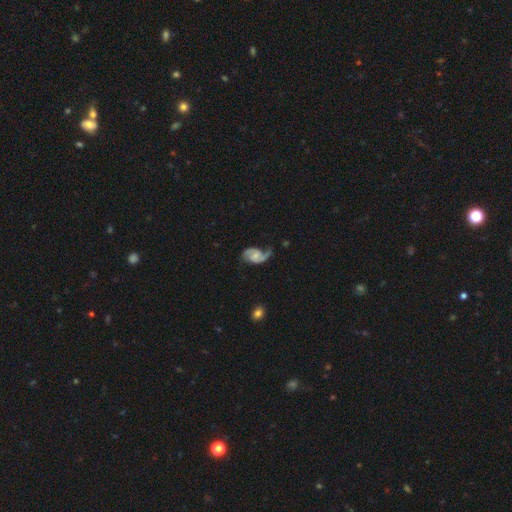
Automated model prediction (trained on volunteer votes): A featured or disk galaxy (85%) with no bar (59%), 2 (86%) medium (46%) spiral arms (96%) and a small central bulge (50%).

Vote fractions:
- Smooth or featured? featured or disk: 85% / smooth: 10% / star or artifact: 5%
- Edge-on disk? no: 98% / yes: 2%
- Bar? no: 59% / weak: 34% / strong: 7%
- Spiral arms? yes: 96% / no: 4%
- Spiral winding? medium: 46% / loose: 34% / tight: 20%
- Spiral arm count? 2: 86% / 1: 7% / can't tell: 3% / 3: 1% / 4: 1% / more than 4: 1%
- Bulge size? small: 50% / moderate: 37% / none: 9% / large: 3% / dominant: 1%
- Merging? none: 56% / minor disturbance: 25% / major disturbance: 15% / merger: 3%